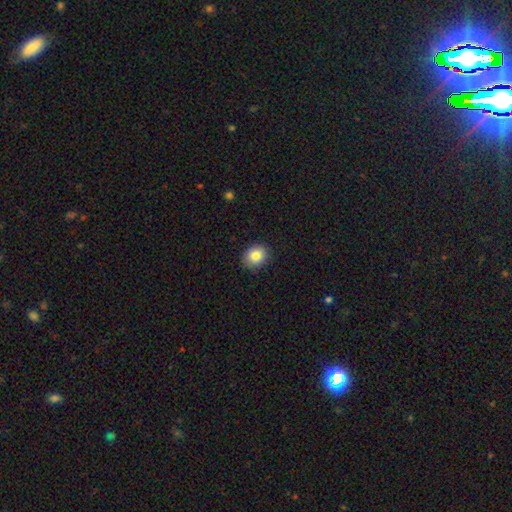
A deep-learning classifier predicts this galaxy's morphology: This appears to be a smooth galaxy with no disk features (85%) that is round (65%). Merging: none (88%).